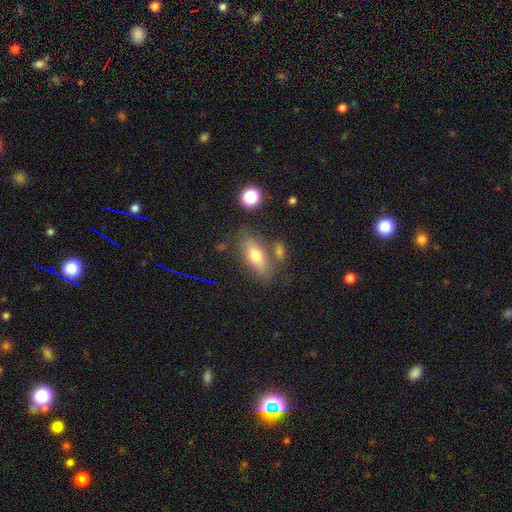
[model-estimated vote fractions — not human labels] smooth_or_featured: smooth (p=0.67) [alt: featured or disk p=0.23]
how_rounded: in between (p=0.77) [alt: cigar-shaped p=0.17]
merging: none (p=0.66) [alt: minor disturbance p=0.16]